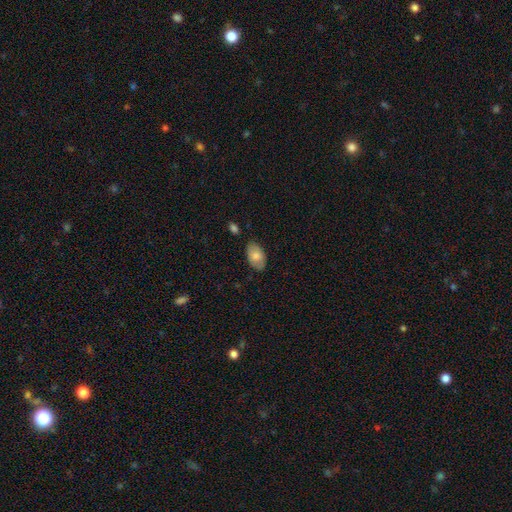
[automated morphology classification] smooth_or_featured: smooth (p=0.78) [alt: featured or disk p=0.16]
how_rounded: in between (p=0.93) [alt: round p=0.05]
merging: none (p=0.79) [alt: minor disturbance p=0.16]